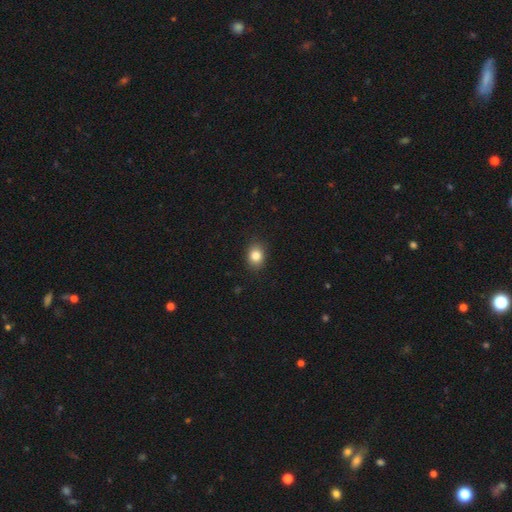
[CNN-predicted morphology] Smooth or featured? Predicted: smooth (p=0.84). How rounded? Predicted: in between (p=0.50). Merging? Predicted: none (p=0.87).